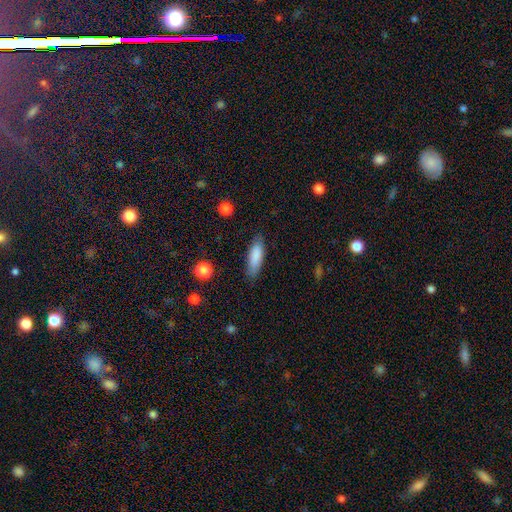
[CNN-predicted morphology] Smooth or featured? Predicted: smooth (p=0.85). How rounded? Predicted: in between (p=0.50). Merging? Predicted: none (p=0.80).